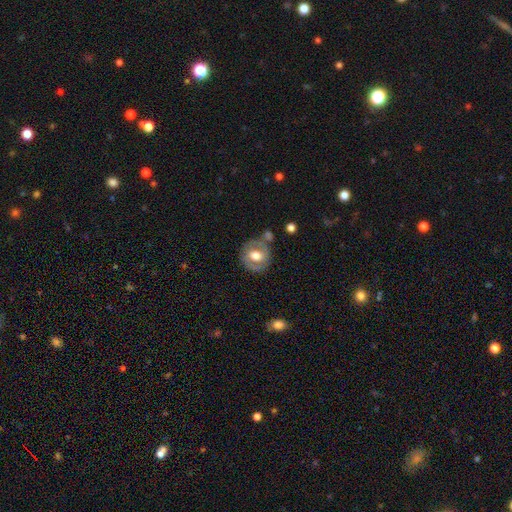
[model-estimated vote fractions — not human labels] Smooth or featured? smooth (47%)
Merging? none (65%)